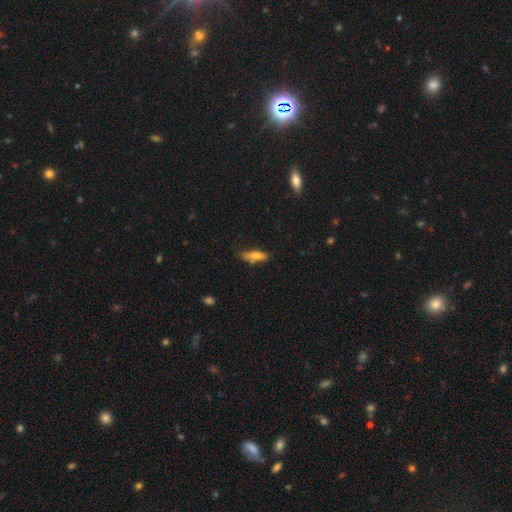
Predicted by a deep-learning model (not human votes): Smooth or featured? smooth (63%)
How rounded? cigar-shaped (55%)
Merging? none (61%)